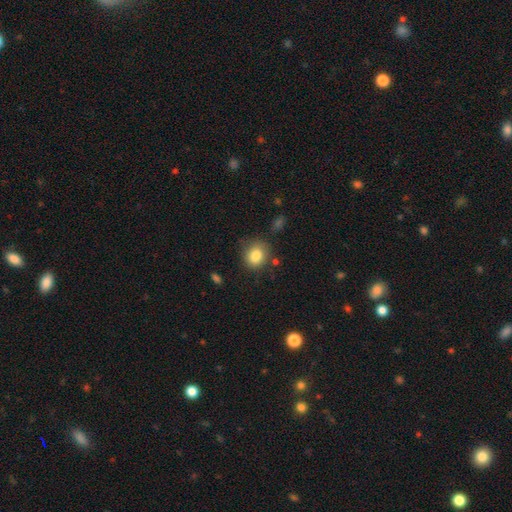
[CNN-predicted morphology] Smooth or featured? smooth (84%)
How rounded? round (67%)
Merging? none (75%)